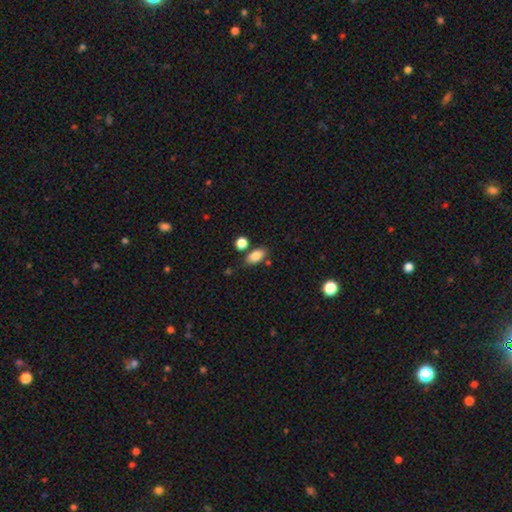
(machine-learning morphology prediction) Q: Smooth or featured?
A: smooth (85%); runner-up: star or artifact (8%)
Q: How rounded?
A: in between (89%); runner-up: round (7%)
Q: Merging?
A: none (73%); runner-up: minor disturbance (13%)